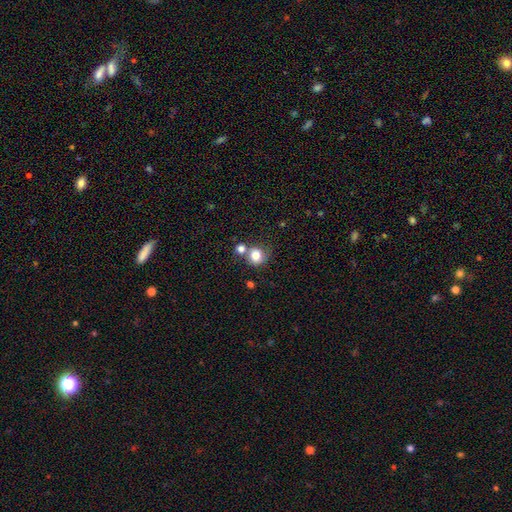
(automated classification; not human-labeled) Smooth or featured? smooth (78%)
How rounded? round (79%)
Merging? none (49%)